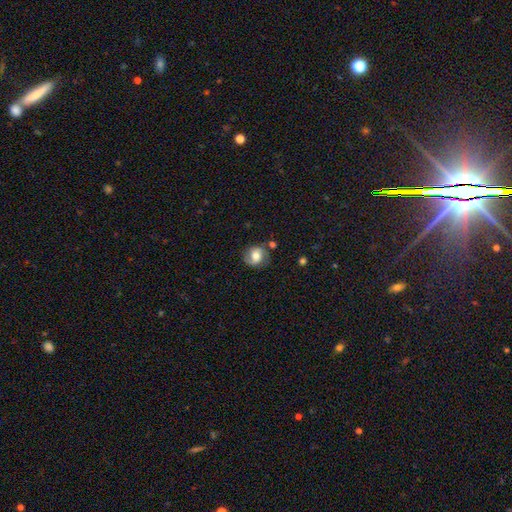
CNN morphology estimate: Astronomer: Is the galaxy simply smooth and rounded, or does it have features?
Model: smooth — 50% (runner-up: featured or disk, 42%).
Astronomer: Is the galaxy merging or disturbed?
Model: none — 69%.